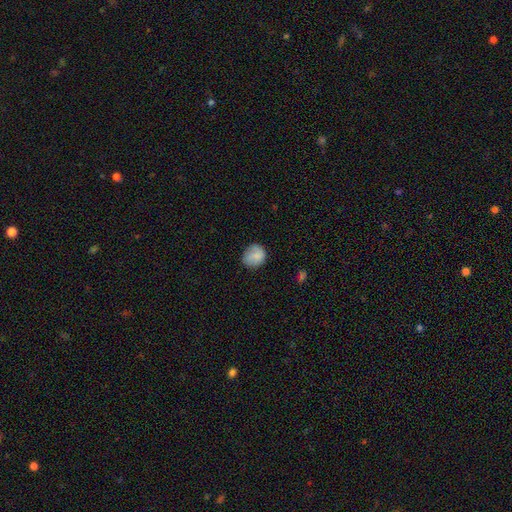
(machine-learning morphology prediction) This is clearly a smooth galaxy (82%). How rounded: likely round (75%). Merging: likely none (74%).